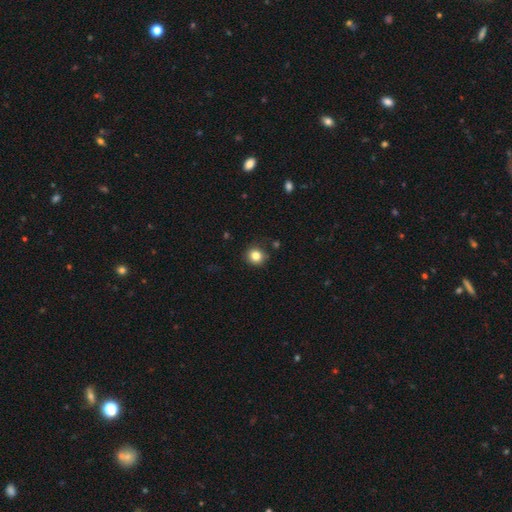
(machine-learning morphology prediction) smooth_or_featured: smooth (p=0.83) [alt: star or artifact p=0.12]
how_rounded: round (p=0.88) [alt: in between p=0.11]
merging: none (p=0.86) [alt: minor disturbance p=0.10]